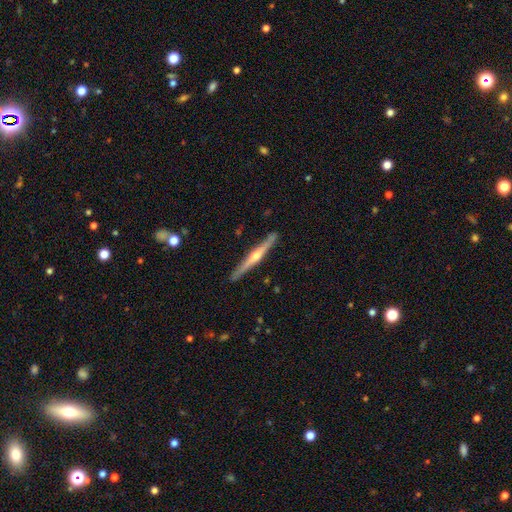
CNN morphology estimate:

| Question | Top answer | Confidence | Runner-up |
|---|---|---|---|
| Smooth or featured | featured or disk | 74% | smooth (22%) |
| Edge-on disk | yes | 98% | no (2%) |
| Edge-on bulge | rounded | 85% | none (11%) |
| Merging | none | 89% | minor disturbance (8%) |